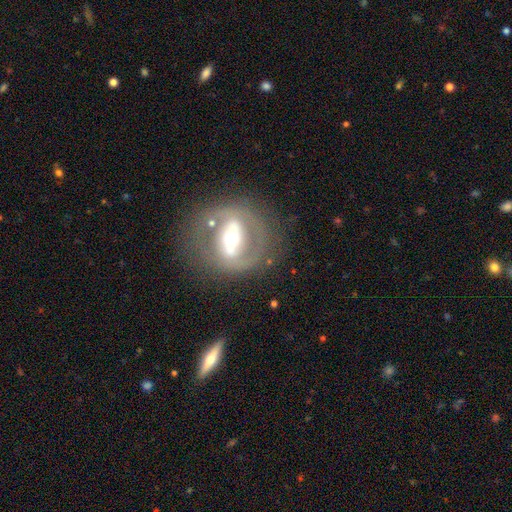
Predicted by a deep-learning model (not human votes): Overall: featured or disk (76%). Edge-on disk: no (92%). Bar: strong (53%; weak 30%). Spiral arms: yes (59%; no 41%). Bulge size: moderate (64%). Merging: none (71%).